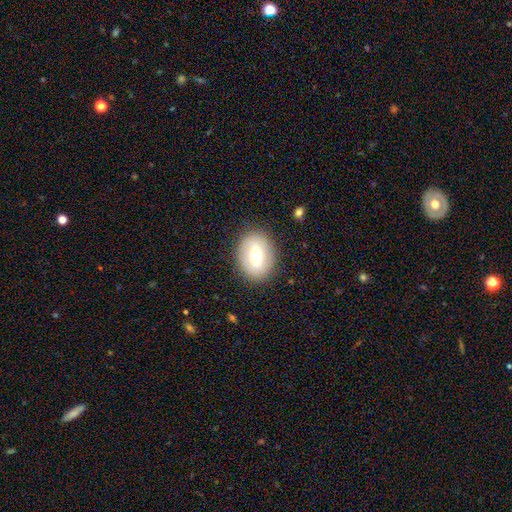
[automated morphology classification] A smooth galaxy with no disk features (54%) that is in between round and cigar-shaped (61%).

Vote fractions:
- Smooth or featured? smooth: 54% / featured or disk: 38% / star or artifact: 8%
- How rounded? in between: 61% / round: 38% / cigar-shaped: 1%
- Merging? none: 85% / minor disturbance: 10% / major disturbance: 4% / merger: 1%